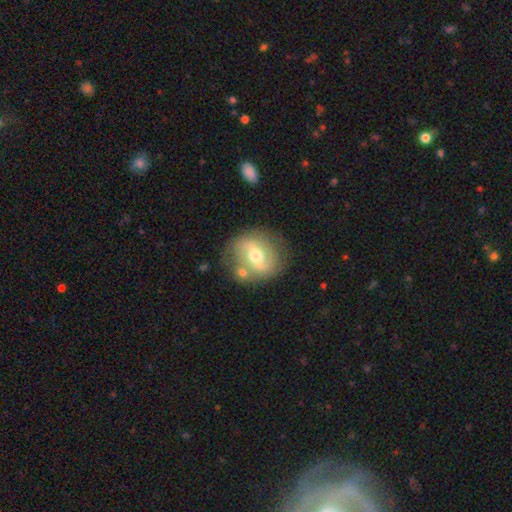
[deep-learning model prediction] Q: Smooth or featured?
A: featured or disk (64%); runner-up: smooth (29%)
Q: Edge-on disk?
A: no (96%); runner-up: yes (4%)
Q: Bar?
A: weak (44%); runner-up: no (32%)
Q: Spiral arms?
A: yes (74%); runner-up: no (26%)
Q: Bulge size?
A: moderate (74%); runner-up: small (14%)
Q: Merging?
A: none (69%); runner-up: minor disturbance (15%)